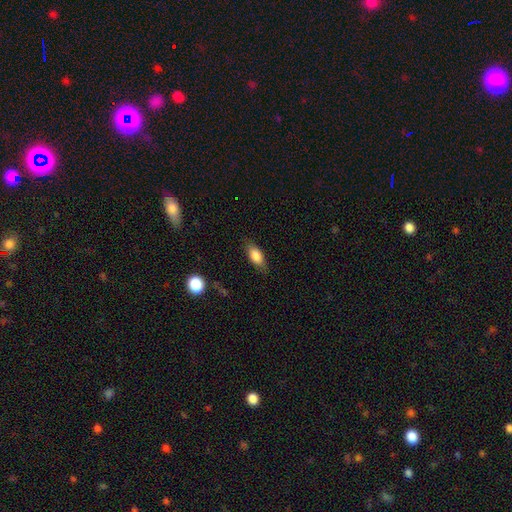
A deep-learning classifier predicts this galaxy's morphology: The model was most divided on "merging": none: 78%, minor disturbance: 16%, major disturbance: 4%, merger: 1%. More confident: how rounded — in between (82%); smooth or featured — smooth (80%).